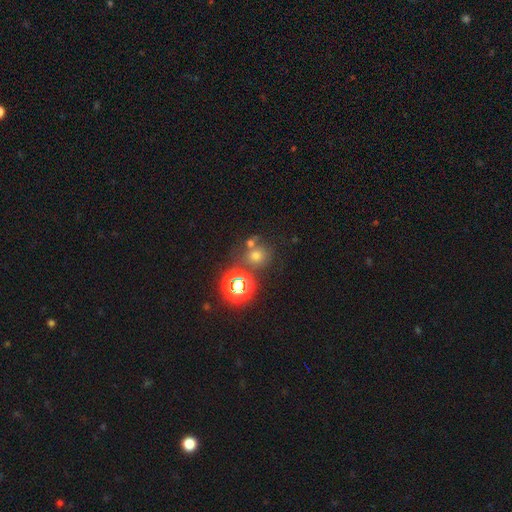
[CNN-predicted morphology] type=smooth (62%); roundness=round (88%); merging=none (67%).